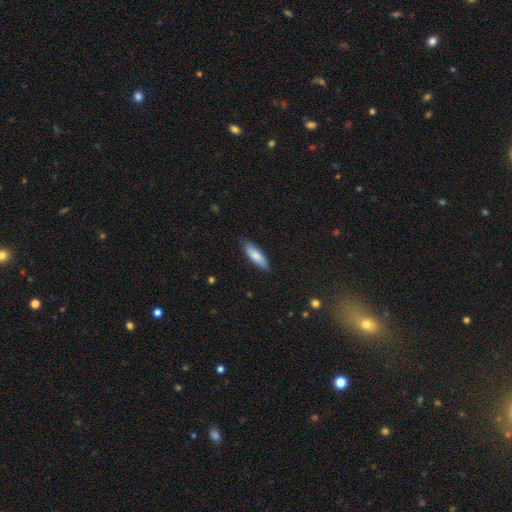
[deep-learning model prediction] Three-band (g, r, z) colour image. It shows a smooth galaxy with no disk features (80%) that is cigar-shaped (53%). Merging: none (84%).